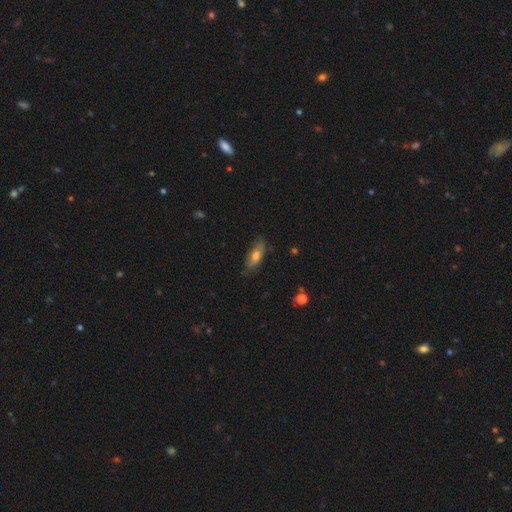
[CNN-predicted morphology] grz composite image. It shows a smooth galaxy with no disk features (62%) that is in between round and cigar-shaped (65%). Merging: none (73%).